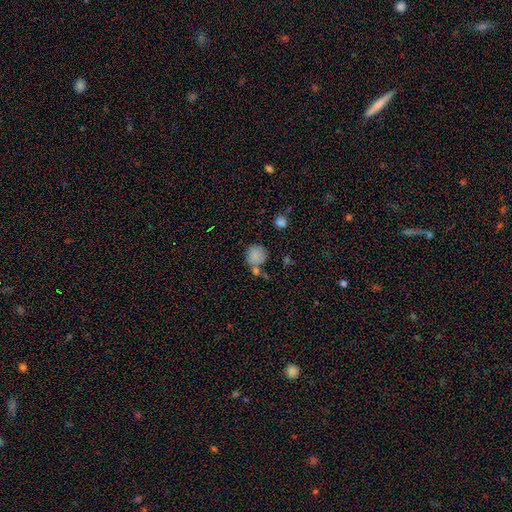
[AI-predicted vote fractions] Q: Smooth or featured?
A: smooth (82%); runner-up: star or artifact (10%)
Q: How rounded?
A: round (87%); runner-up: in between (12%)
Q: Merging?
A: none (59%); runner-up: merger (20%)